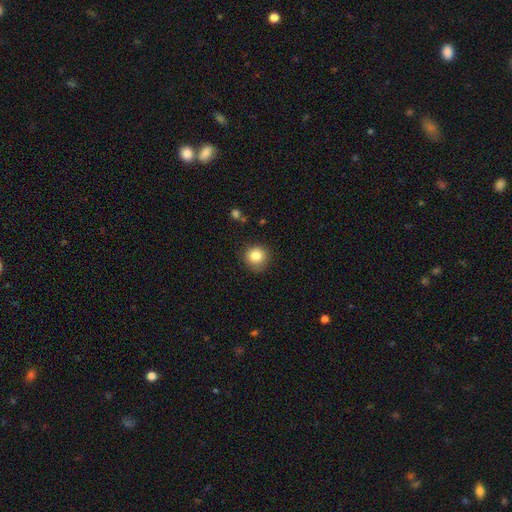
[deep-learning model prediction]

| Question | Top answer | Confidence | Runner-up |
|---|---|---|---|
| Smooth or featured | smooth | 83% | star or artifact (10%) |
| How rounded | round | 92% | in between (7%) |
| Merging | none | 85% | minor disturbance (11%) |